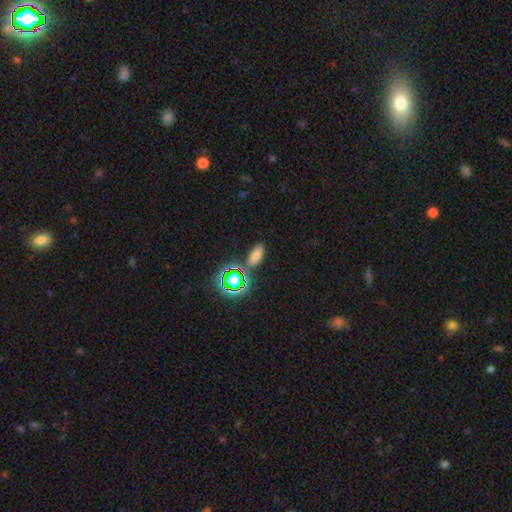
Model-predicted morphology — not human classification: Smooth or featured: smooth — 68% (star or artifact — 25%)
How rounded: in between — 84% (cigar-shaped — 9%)
Merging: none — 78% (minor disturbance — 12%)